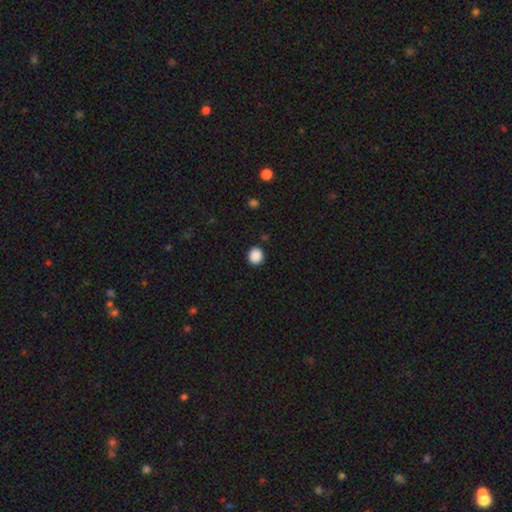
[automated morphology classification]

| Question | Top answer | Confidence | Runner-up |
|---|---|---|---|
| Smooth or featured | smooth | 89% | star or artifact (9%) |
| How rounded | round | 87% | in between (12%) |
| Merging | none | 91% | minor disturbance (6%) |